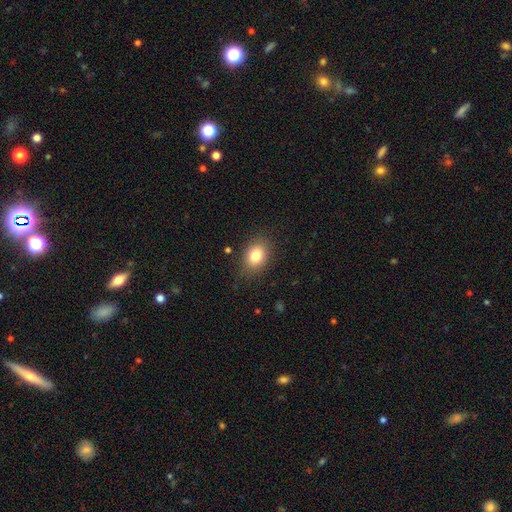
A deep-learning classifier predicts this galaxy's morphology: Smooth or featured?
  - smooth: 81% *
  - star or artifact: 9%
  - featured or disk: 9%
How rounded?
  - in between: 71% *
  - round: 28%
  - cigar-shaped: 1%
Merging?
  - none: 83% *
  - minor disturbance: 12%
  - major disturbance: 3%
  - merger: 1%